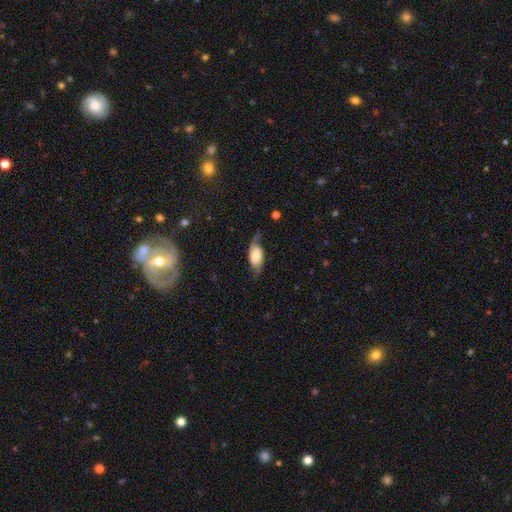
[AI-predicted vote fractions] Morphology: type=featured or disk (62%); edge-on=no (90%); bar=no (64%); spiral arms=yes (88%); bulge=moderate (51%); merging=none (61%).